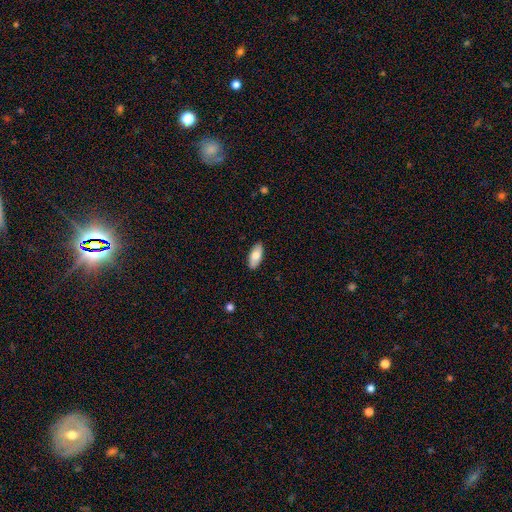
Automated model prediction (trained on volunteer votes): The model was most divided on "smooth or featured": smooth: 80%, featured or disk: 14%, star or artifact: 6%. More confident: merging — none (88%); how rounded — in between (87%).